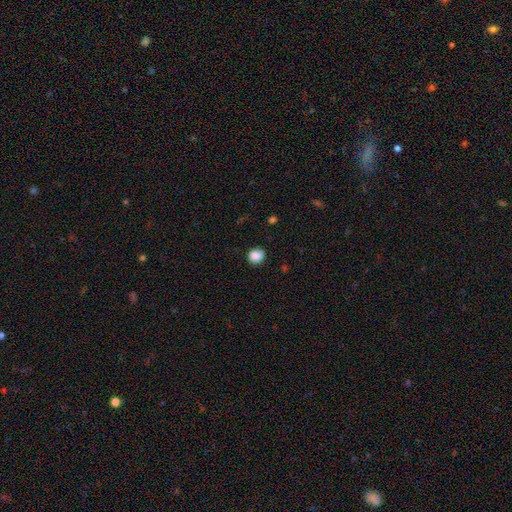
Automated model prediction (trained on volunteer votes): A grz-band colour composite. It shows a smooth galaxy with no disk features (87%) that is round (81%). Merging: none (85%).